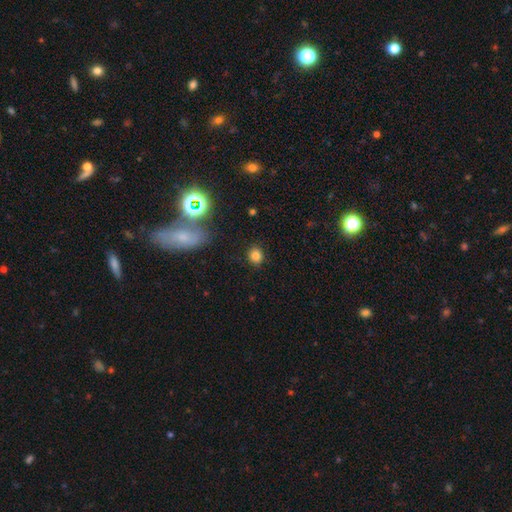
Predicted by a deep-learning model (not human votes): This appears to be a smooth galaxy with no disk features (81%) that is round (78%). Merging: none (86%).